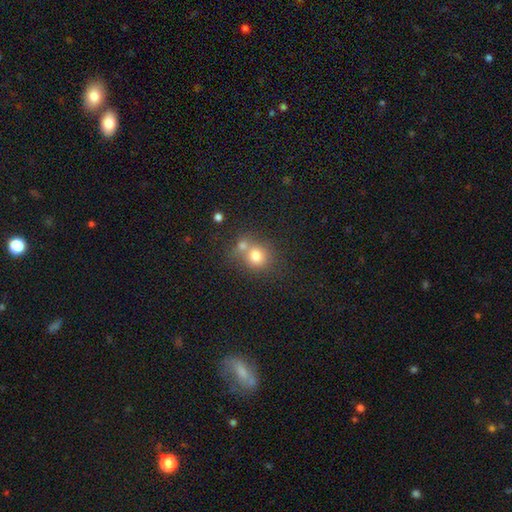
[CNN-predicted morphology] Overall: smooth (76%). How rounded: round (81%). Merging: merger (44%; none 43%).